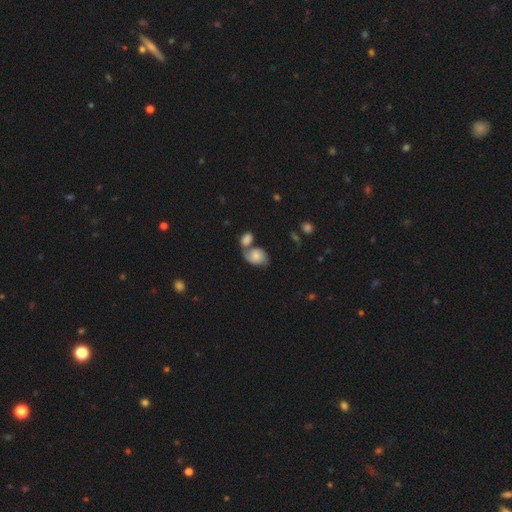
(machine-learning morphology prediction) This is possibly a featured or disk galaxy (47%). Merging: possibly merger (51%).